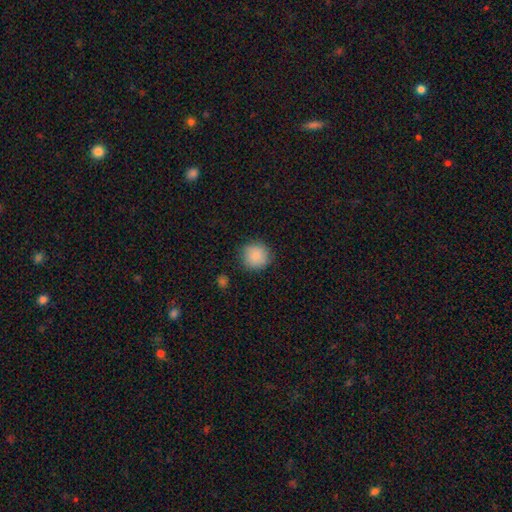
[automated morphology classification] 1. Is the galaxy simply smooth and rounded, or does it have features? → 87% smooth, 8% star or artifact, 5% featured or disk.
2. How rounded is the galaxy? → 94% round, 5% in between, 1% cigar-shaped.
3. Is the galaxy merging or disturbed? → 87% none, 8% minor disturbance, 3% major disturbance, 1% merger.